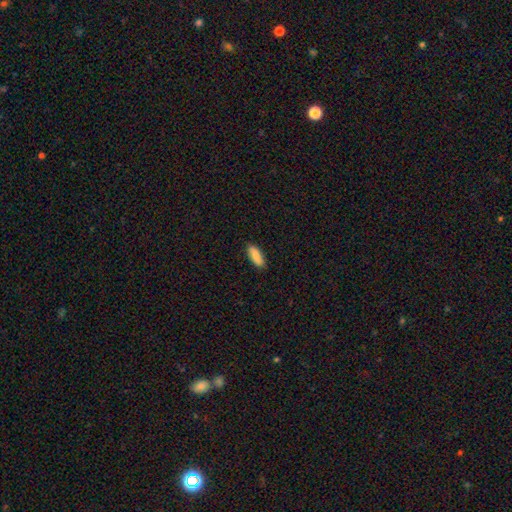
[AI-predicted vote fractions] Morphology: type=smooth (88%); roundness=in between (76%); merging=none (88%).